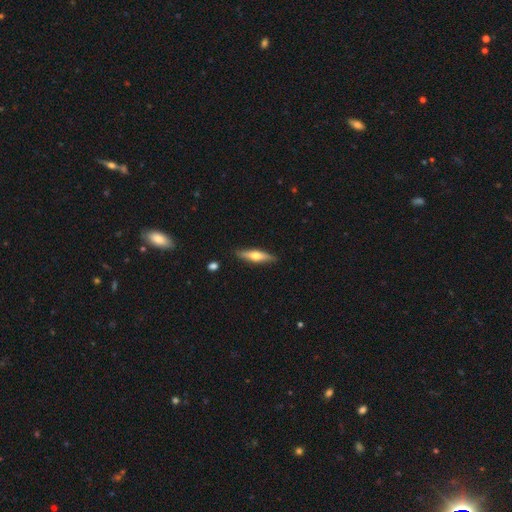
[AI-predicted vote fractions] smooth-or-featured: featured or disk: 51% | smooth: 43% | star or artifact: 6%
  disk-edge-on: yes: 92% | no: 8%
  merging: none: 88% | minor disturbance: 9% | major disturbance: 2% | merger: 1%